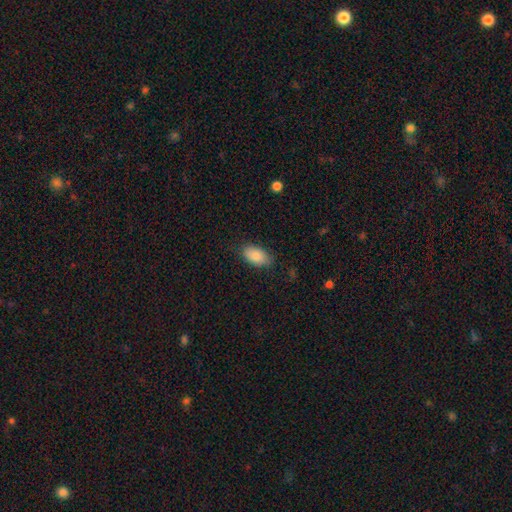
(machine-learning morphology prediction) The model was most divided on "merging": none: 81%, minor disturbance: 15%, major disturbance: 3%, merger: 1%. More confident: how rounded — in between (92%); smooth or featured — smooth (84%).